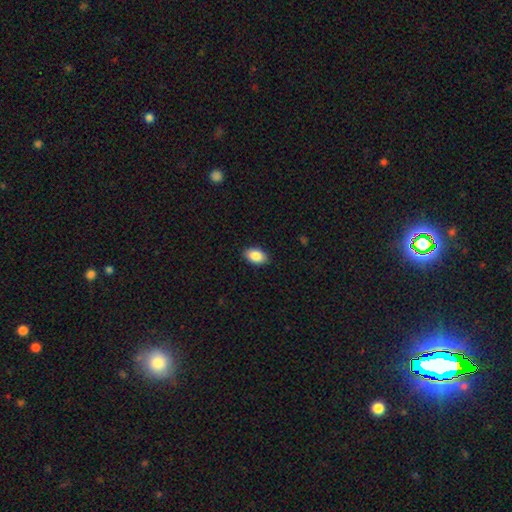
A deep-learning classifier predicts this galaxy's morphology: Overall: smooth (88%). How rounded: in between (92%). Merging: none (89%).